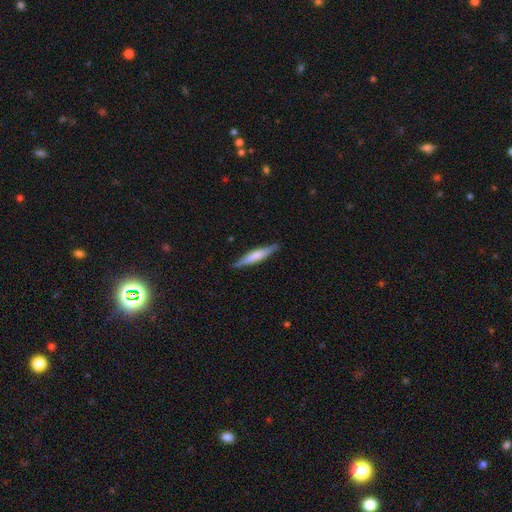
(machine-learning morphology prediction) smooth-or-featured: smooth: 48% | featured or disk: 46% | star or artifact: 5%
  merging: none: 88% | minor disturbance: 9% | major disturbance: 2% | merger: 1%